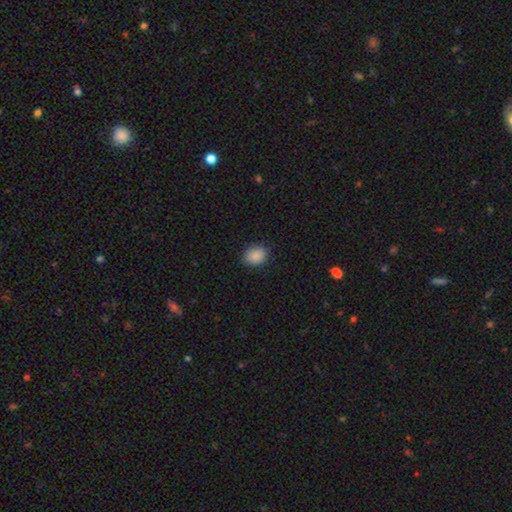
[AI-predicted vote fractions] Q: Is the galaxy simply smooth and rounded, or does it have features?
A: smooth — 88%.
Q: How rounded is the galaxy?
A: in between — 55%.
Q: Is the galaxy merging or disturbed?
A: none — 86%.